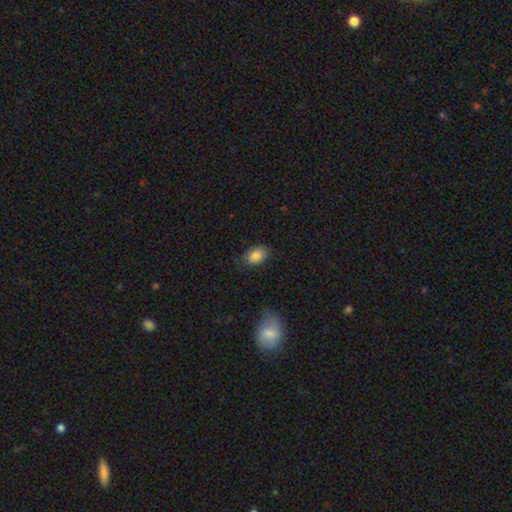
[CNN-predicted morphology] type=smooth (85%); roundness=in between (86%); merging=none (76%).